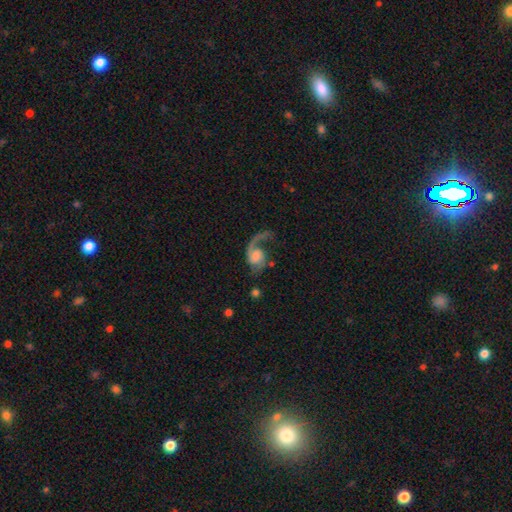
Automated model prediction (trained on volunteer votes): A featured or disk galaxy (83%) with no bar (57%), 2 (53%) loose (62%) spiral arms (95%) and a moderate central bulge (32%). Merging: none (44%).